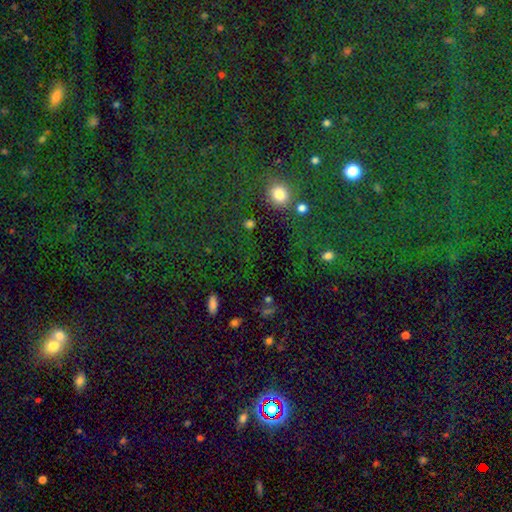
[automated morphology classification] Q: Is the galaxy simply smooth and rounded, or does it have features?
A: star or artifact — 71%.